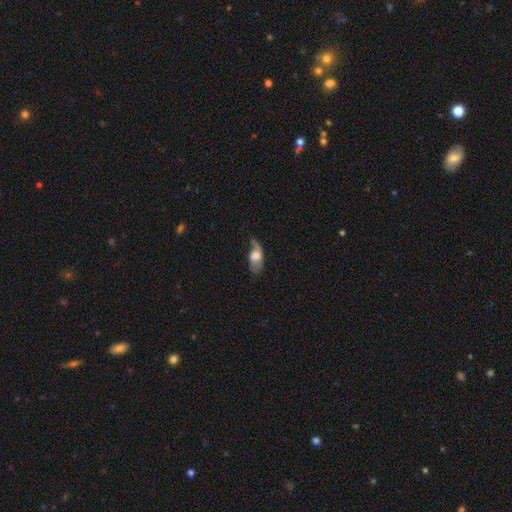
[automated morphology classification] smooth 54%, featured or disk 39%, star or artifact 8%. Down the decision tree: how rounded — in between (86%); merging — major disturbance (35%).